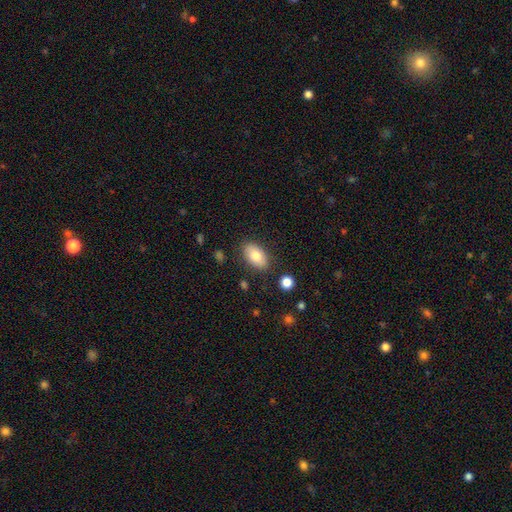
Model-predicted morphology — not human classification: Smooth or featured: smooth — 79% (featured or disk — 14%)
How rounded: in between — 92% (round — 6%)
Merging: none — 83% (minor disturbance — 11%)